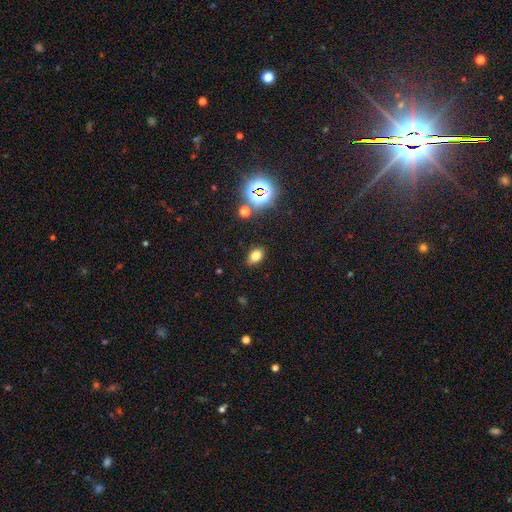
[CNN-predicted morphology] Smooth or featured? Predicted: smooth (p=0.74). How rounded? Predicted: in between (p=0.78). Merging? Predicted: none (p=0.82).